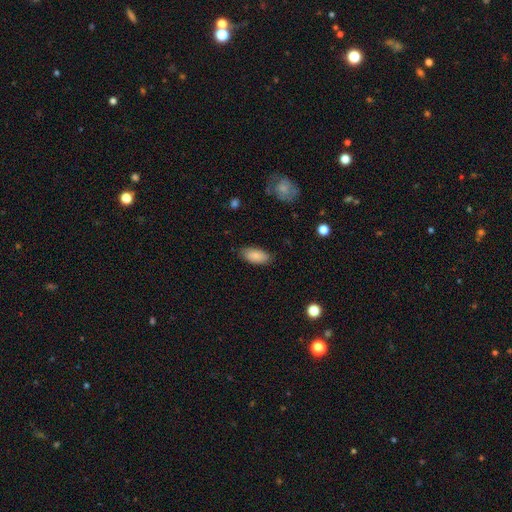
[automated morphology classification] Overall: smooth (84%). How rounded: in between (90%). Merging: none (83%).